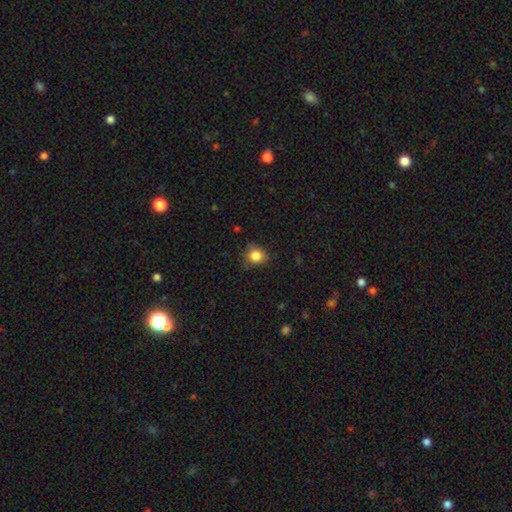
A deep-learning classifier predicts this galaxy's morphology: The model was most divided on "merging": none: 75%, minor disturbance: 19%, major disturbance: 4%, merger: 2%. More confident: smooth or featured — smooth (84%); how rounded — round (80%).